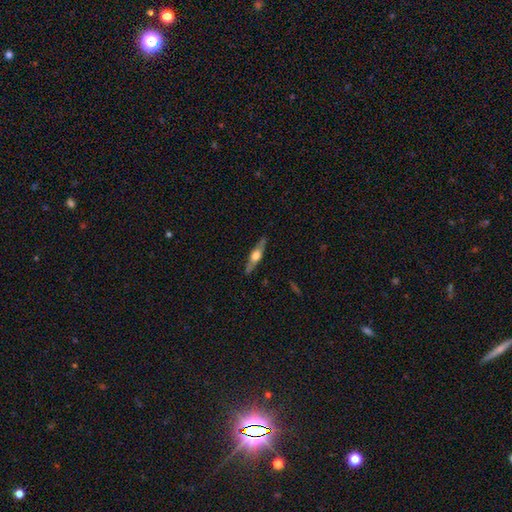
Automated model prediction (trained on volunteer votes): The model was most divided on "smooth or featured": featured or disk: 64%, smooth: 31%, star or artifact: 6%. More confident: edge-on disk — yes (94%); edge-on bulge — rounded (92%); merging — none (86%).